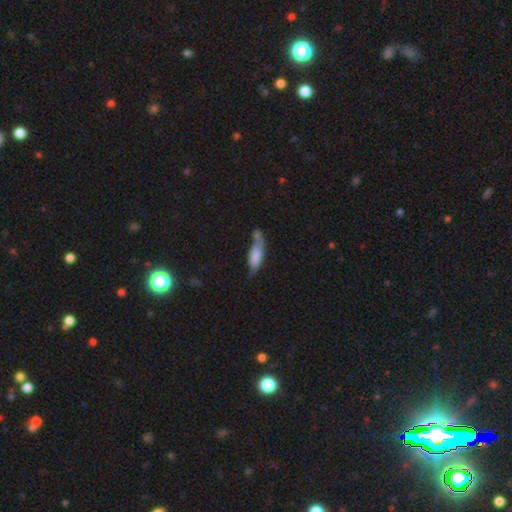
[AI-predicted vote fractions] smooth_or_featured: smooth (p=0.68) [alt: featured or disk p=0.25]
how_rounded: in between (p=0.53) [alt: cigar-shaped p=0.44]
merging: none (p=0.35) [alt: minor disturbance p=0.30]